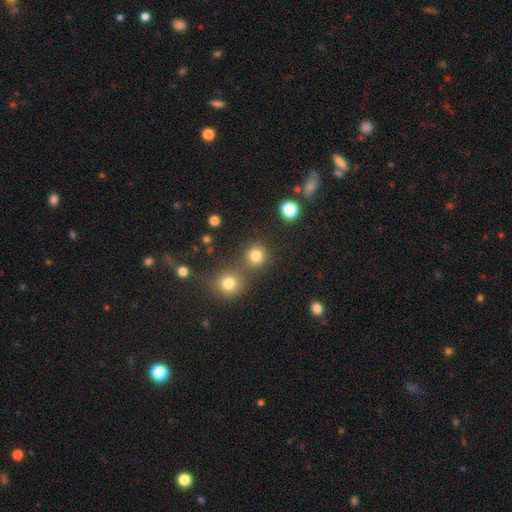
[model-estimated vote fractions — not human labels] Smooth or featured? smooth (81%)
How rounded? round (92%)
Merging? none (72%)